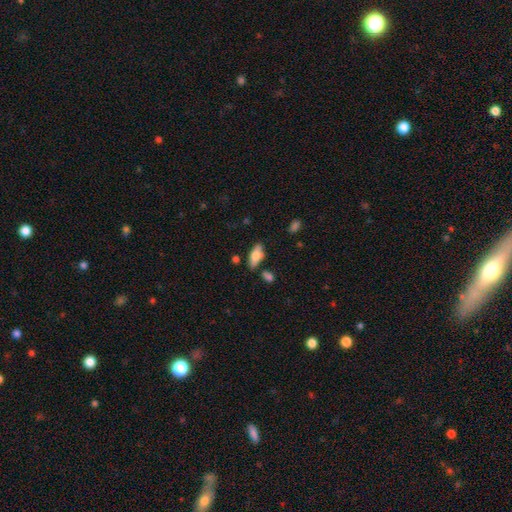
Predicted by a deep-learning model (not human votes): The model was most divided on "smooth or featured": smooth: 70%, featured or disk: 23%, star or artifact: 7%. More confident: how rounded — in between (80%); merging — none (73%).